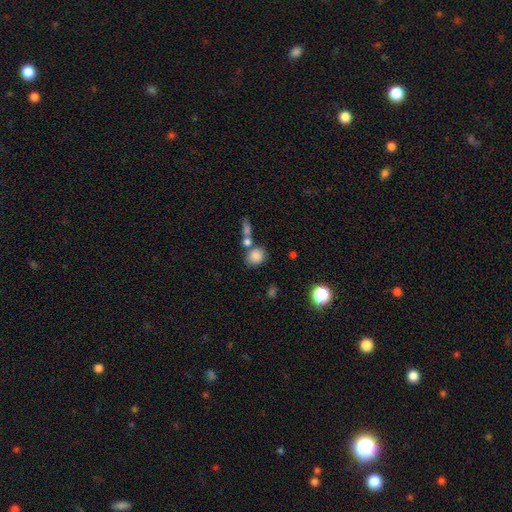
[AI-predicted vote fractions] smooth_or_featured: smooth (p=0.82) [alt: star or artifact p=0.10]
how_rounded: round (p=0.58) [alt: in between p=0.40]
merging: none (p=0.57) [alt: merger p=0.27]